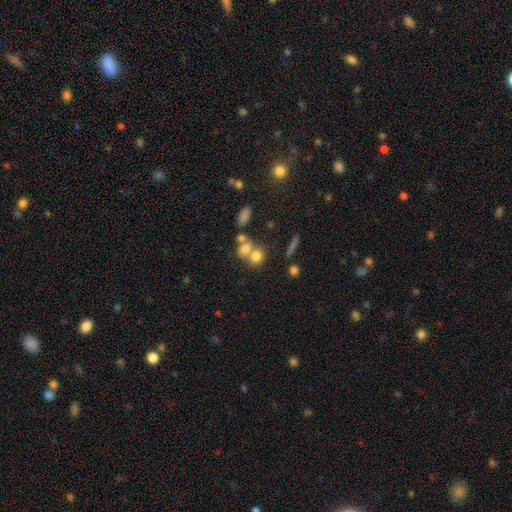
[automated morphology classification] A smooth galaxy with no disk features (72%) that is round (54%).

Vote fractions:
- Smooth or featured? smooth: 72% / featured or disk: 14% / star or artifact: 13%
- How rounded? round: 54% / in between: 44% / cigar-shaped: 2%
- Merging? merger: 48% / none: 37% / minor disturbance: 9% / major disturbance: 6%